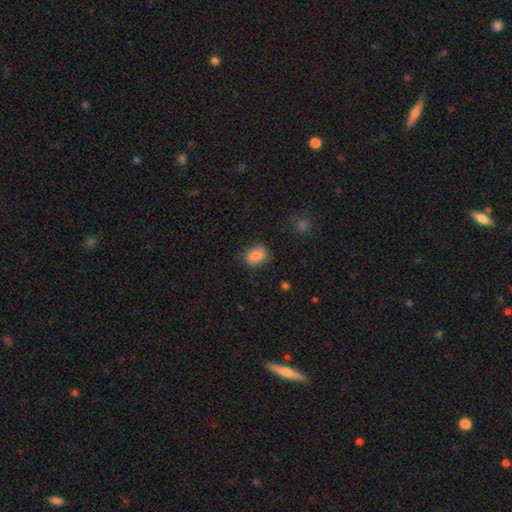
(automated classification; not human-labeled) Overall: smooth (86%). How rounded: in between (68%; round 31%). Merging: none (76%).